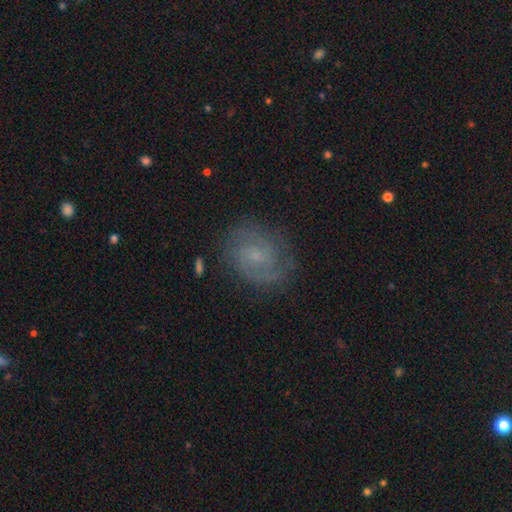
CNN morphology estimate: A featured or disk galaxy (75%) with no bar (53%), 2 (75%) medium (44%, tied with tight) spiral arms (95%) and a small central bulge (61%).

Vote fractions:
- Smooth or featured? featured or disk: 75% / smooth: 15% / star or artifact: 10%
- Edge-on disk? no: 98% / yes: 2%
- Bar? no: 53% / weak: 42% / strong: 6%
- Spiral arms? yes: 95% / no: 5%
- Spiral winding? medium: 44% (tied) / tight: 44% (tied) / loose: 12%
- Spiral arm count? 2: 75% / can't tell: 13% / 3: 5% / 1: 3% / 4: 2% / more than 4: 2%
- Bulge size? small: 61% / moderate: 23% / none: 13% / large: 2% / dominant: 1%
- Merging? none: 80% / minor disturbance: 14% / major disturbance: 5% / merger: 1%